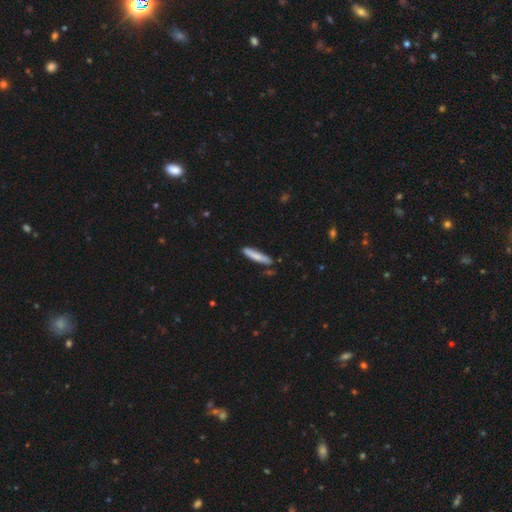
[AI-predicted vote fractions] Smooth or featured? Predicted: smooth (p=0.77). How rounded? Predicted: cigar-shaped (p=0.89). Merging? Predicted: none (p=0.81).